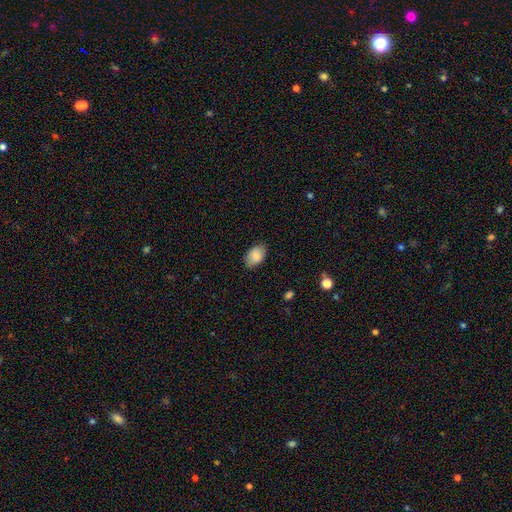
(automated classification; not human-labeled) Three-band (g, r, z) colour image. It shows a smooth galaxy with no disk features (87%) that is in between round and cigar-shaped (89%). Merging: none (83%).